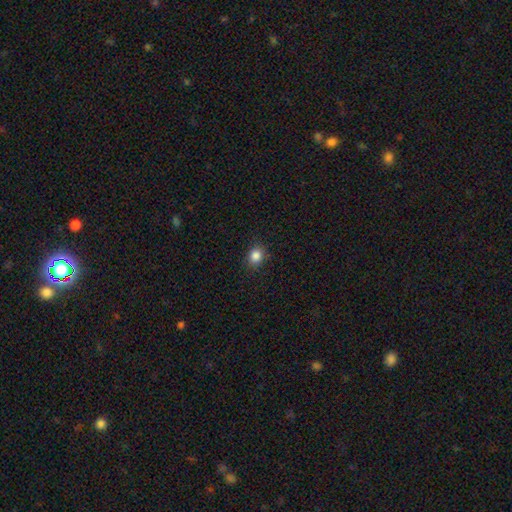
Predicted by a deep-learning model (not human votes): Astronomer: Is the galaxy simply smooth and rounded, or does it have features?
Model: smooth — 85%.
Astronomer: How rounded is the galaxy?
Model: round — 66%.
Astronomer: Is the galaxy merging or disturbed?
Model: none — 88%.